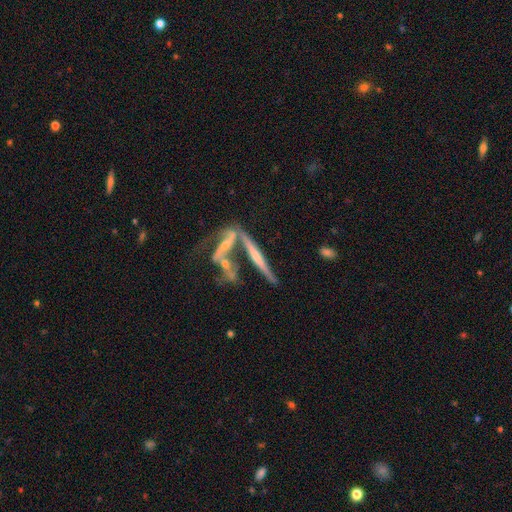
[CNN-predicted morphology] Smooth or featured? featured or disk (72%)
Edge-on disk? yes (87%)
Edge-on bulge? rounded (67%)
Merging? none (44%)